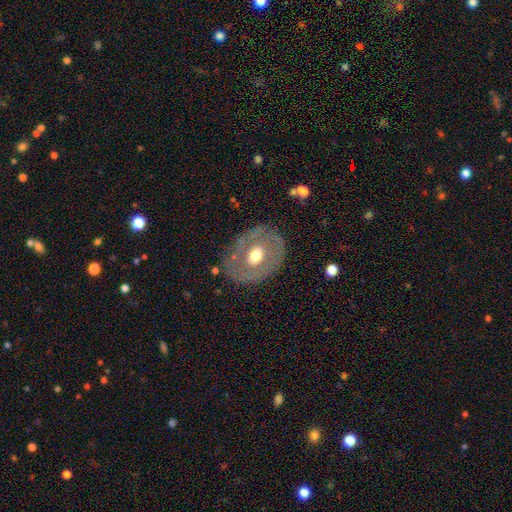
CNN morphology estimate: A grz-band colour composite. It shows a featured or disk galaxy (58%) with no bar (72%), no spiral arms (78%) and a moderate central bulge (71%). Merging: none (76%).